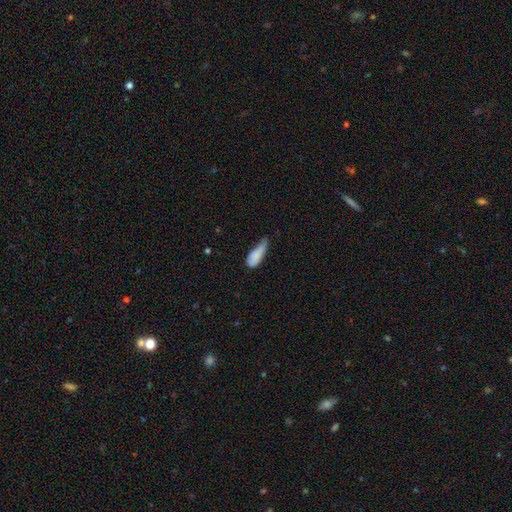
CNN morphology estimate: This is clearly a smooth galaxy (80%). How rounded: likely in between (63%). Merging: possibly minor disturbance (48%).